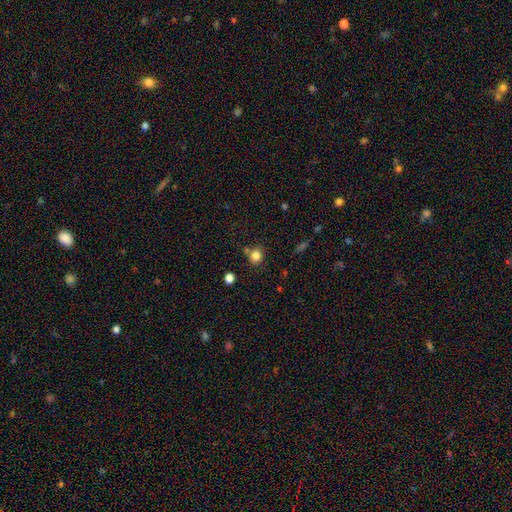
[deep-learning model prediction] Smooth or featured: smooth — 82% (star or artifact — 12%)
How rounded: round — 80% (in between — 19%)
Merging: none — 72% (minor disturbance — 12%)